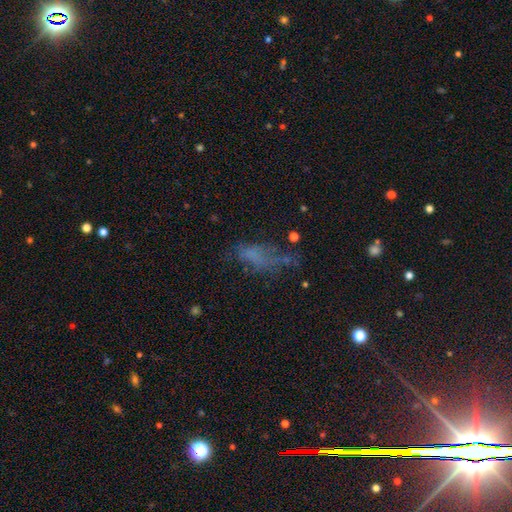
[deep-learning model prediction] Smooth or featured? smooth (44%)
Merging? major disturbance (37%)